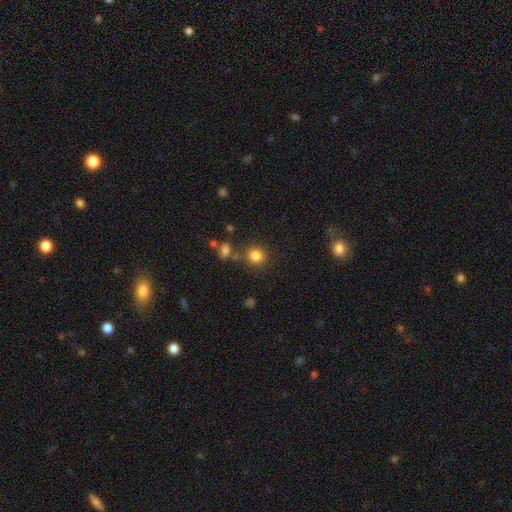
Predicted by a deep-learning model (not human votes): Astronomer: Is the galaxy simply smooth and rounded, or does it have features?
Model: smooth — 83%.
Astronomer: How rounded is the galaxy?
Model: round — 89%.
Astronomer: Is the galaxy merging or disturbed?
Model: none — 78%.